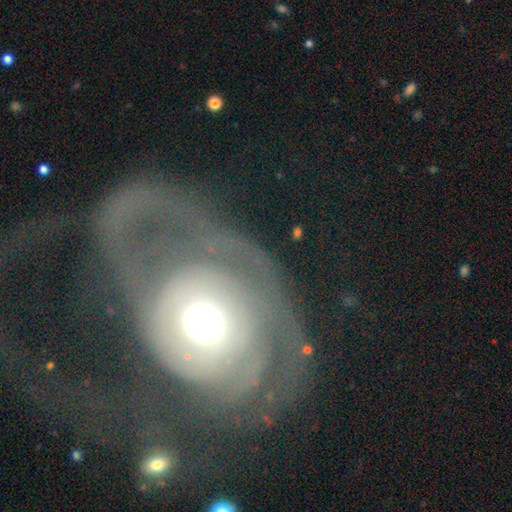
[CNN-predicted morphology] Smooth or featured? featured or disk (73%)
Edge-on disk? no (96%)
Bar? no (84%)
Spiral arms? yes (66%)
Bulge size? moderate (62%)
Merging? major disturbance (51%)